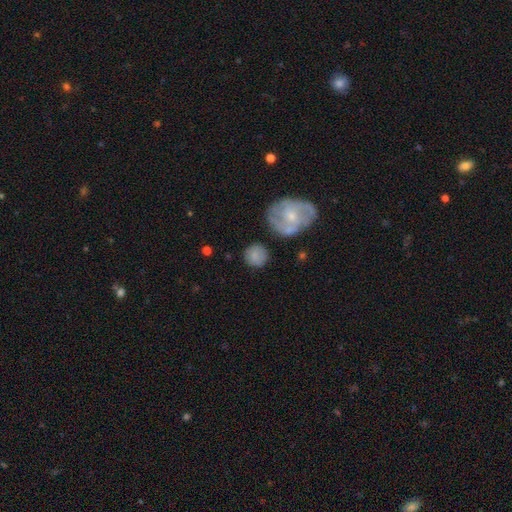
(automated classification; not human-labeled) Smooth or featured? smooth (78%)
How rounded? round (90%)
Merging? none (80%)